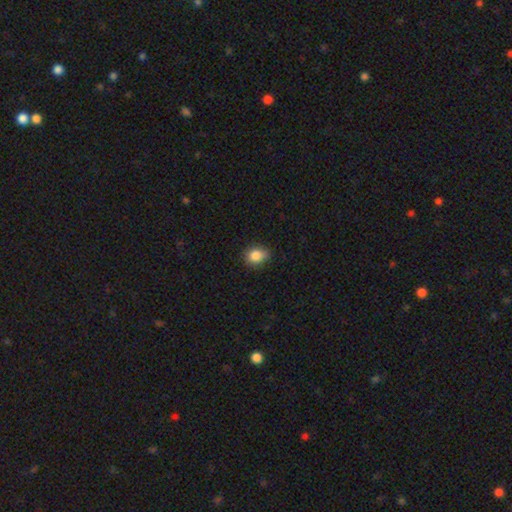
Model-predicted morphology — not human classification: The model was most divided on "how rounded": round: 53%, in between: 46%, cigar-shaped: 1%. More confident: smooth or featured — smooth (86%); merging — none (75%).